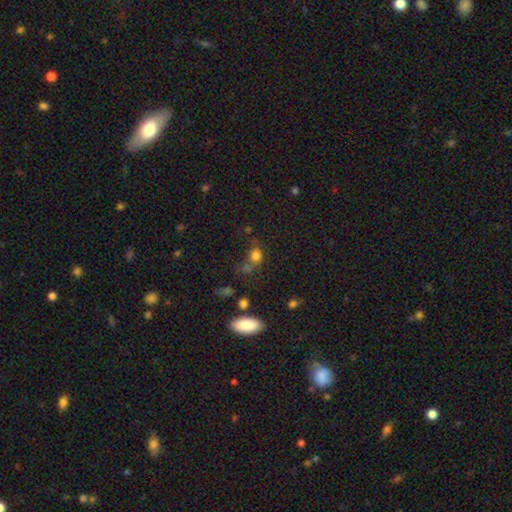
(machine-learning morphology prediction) Q: Smooth or featured?
A: smooth (77%); runner-up: star or artifact (15%)
Q: How rounded?
A: round (64%); runner-up: in between (34%)
Q: Merging?
A: none (51%); runner-up: merger (22%)